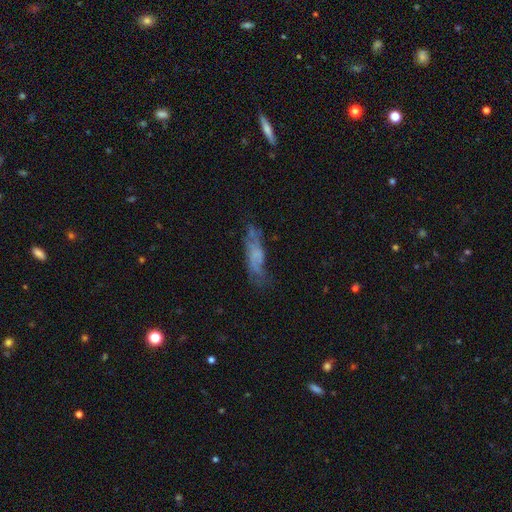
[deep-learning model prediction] A featured or disk galaxy (46%).

Vote fractions:
- Smooth or featured? featured or disk: 46% / smooth: 43% / star or artifact: 11%
- Merging? none: 48% / minor disturbance: 26% / major disturbance: 21% / merger: 4%